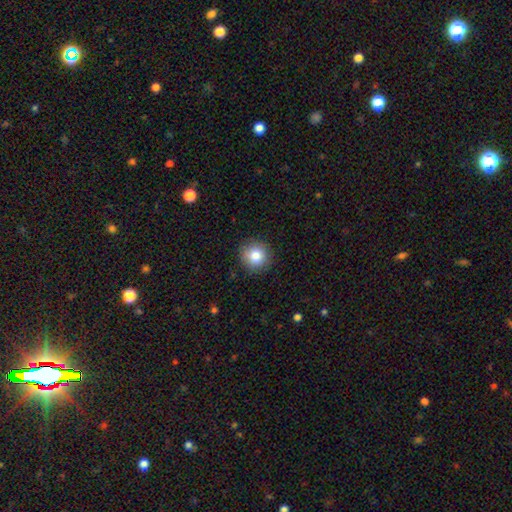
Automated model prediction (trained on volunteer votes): This is clearly a smooth galaxy (83%). How rounded: clearly round (94%). Merging: clearly none (90%).